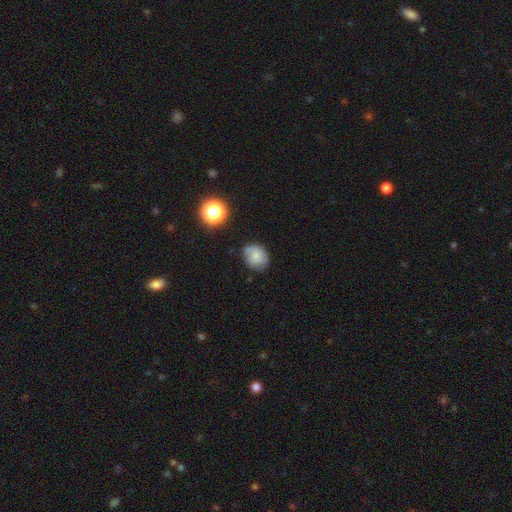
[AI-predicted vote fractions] Smooth or featured?
  - smooth: 68% *
  - featured or disk: 20%
  - star or artifact: 12%
How rounded?
  - round: 54% *
  - in between: 45%
  - cigar-shaped: 1%
Merging?
  - none: 60% *
  - minor disturbance: 29%
  - major disturbance: 8%
  - merger: 3%